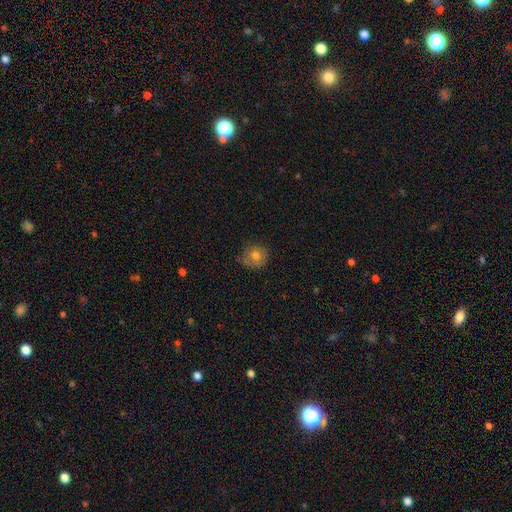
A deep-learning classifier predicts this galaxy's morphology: The model was most divided on "merging": none: 64%, minor disturbance: 26%, major disturbance: 8%, merger: 2%. More confident: how rounded — round (85%); smooth or featured — smooth (73%).